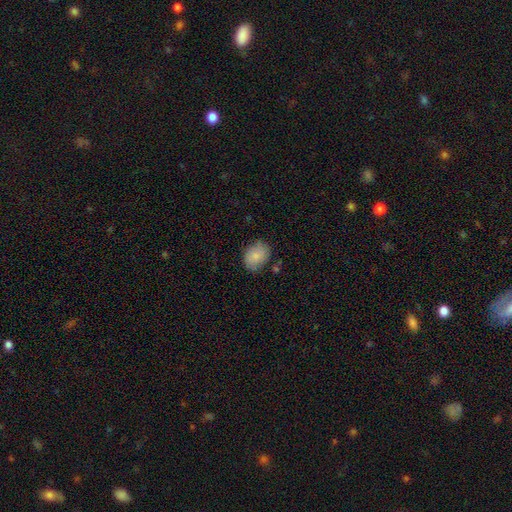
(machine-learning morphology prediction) This appears to be a smooth galaxy with no disk features (83%) that is in between round and cigar-shaped (60%). Merging: none (75%).